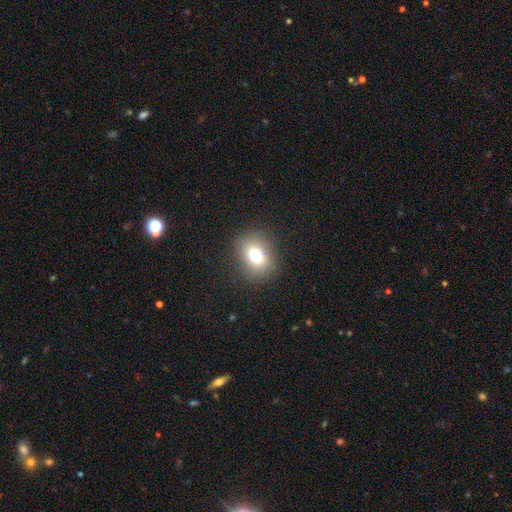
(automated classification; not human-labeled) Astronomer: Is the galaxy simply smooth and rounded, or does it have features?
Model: smooth — 74%.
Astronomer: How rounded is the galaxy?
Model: in between — 52% (runner-up: round, 47%).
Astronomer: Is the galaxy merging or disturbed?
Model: none — 85%.